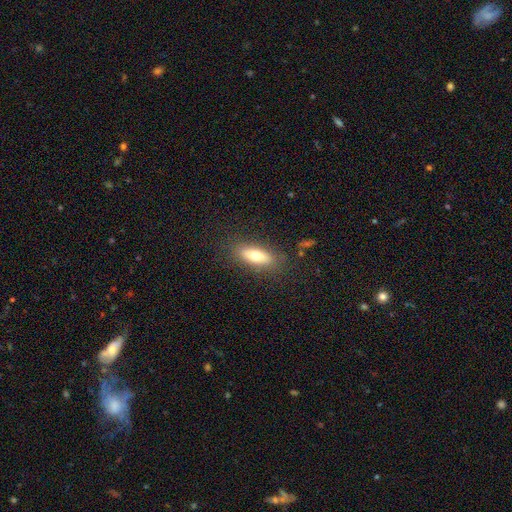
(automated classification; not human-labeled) The model was most divided on "how rounded": in between: 63%, cigar-shaped: 34%, round: 3%. More confident: merging — none (84%); smooth or featured — smooth (71%).